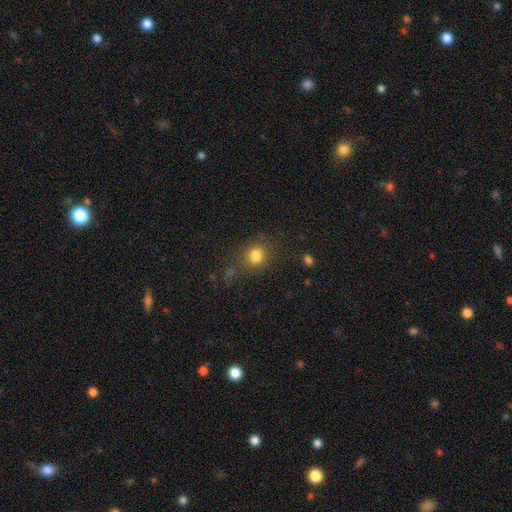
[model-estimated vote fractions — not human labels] Smooth or featured?
  - smooth: 80% *
  - star or artifact: 13%
  - featured or disk: 7%
How rounded?
  - round: 80% *
  - in between: 19%
  - cigar-shaped: 1%
Merging?
  - none: 76% *
  - minor disturbance: 13%
  - major disturbance: 6%
  - merger: 5%